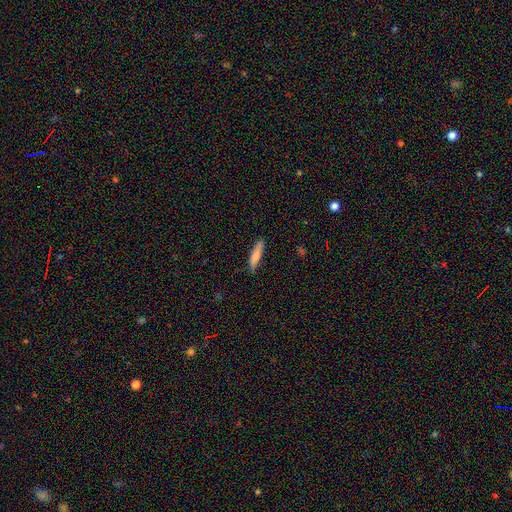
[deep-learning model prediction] Overall: smooth (77%). How rounded: cigar-shaped (84%). Merging: none (85%).